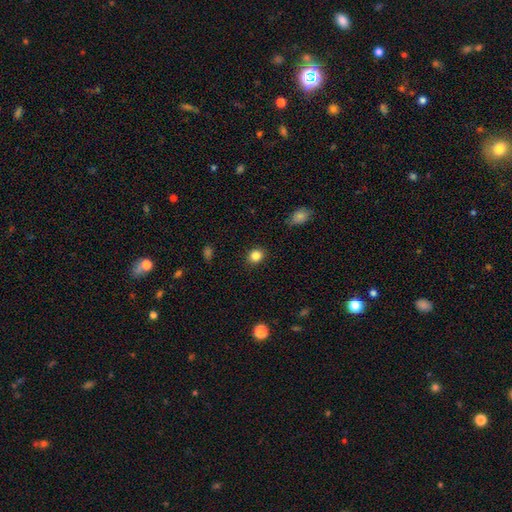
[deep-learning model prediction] A smooth galaxy with no disk features (84%) that is round (72%).

Vote fractions:
- Smooth or featured? smooth: 84% / star or artifact: 11% / featured or disk: 5%
- How rounded? round: 72% / in between: 27% / cigar-shaped: 1%
- Merging? none: 88% / minor disturbance: 9% / major disturbance: 2% / merger: 1%